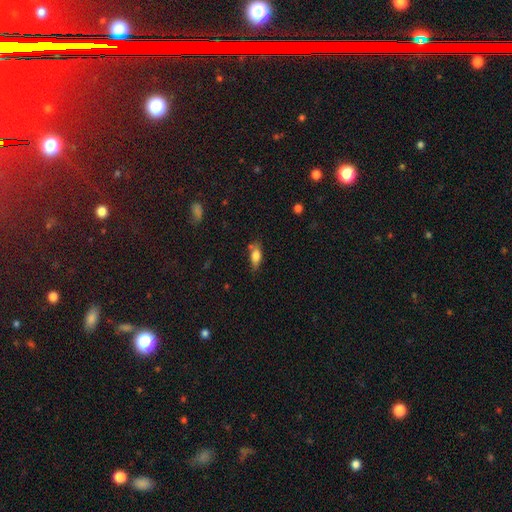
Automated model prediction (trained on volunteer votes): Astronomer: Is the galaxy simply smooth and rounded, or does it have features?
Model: smooth — 75%.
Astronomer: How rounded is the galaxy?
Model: in between — 75%.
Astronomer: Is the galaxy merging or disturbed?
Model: none — 65%.